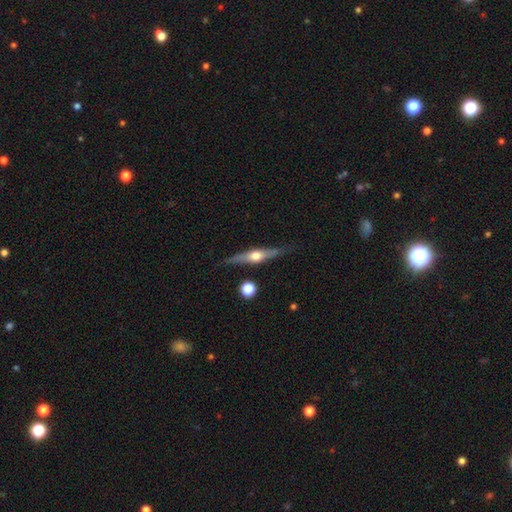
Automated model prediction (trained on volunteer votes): The model was most divided on "smooth or featured": featured or disk: 71%, smooth: 23%, star or artifact: 6%. More confident: edge-on disk — yes (96%); edge-on bulge — rounded (93%); merging — none (83%).